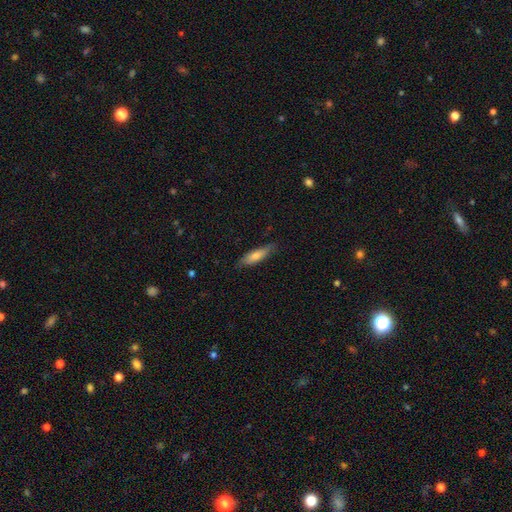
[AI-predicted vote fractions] A smooth galaxy with no disk features (64%) that is cigar-shaped (68%). Merging: none (81%).